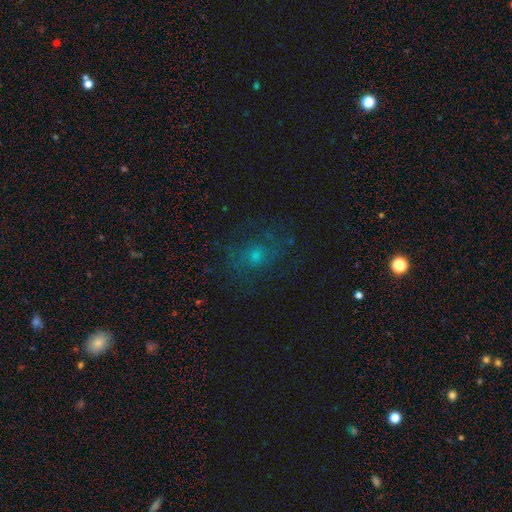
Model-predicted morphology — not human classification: This is marginally a featured or disk galaxy (39%, tied with smooth). Merging: likely none (64%).